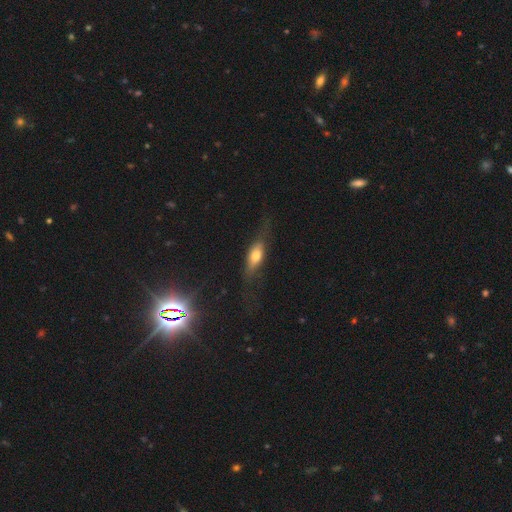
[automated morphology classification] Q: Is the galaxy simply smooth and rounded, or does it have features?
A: smooth — 59%.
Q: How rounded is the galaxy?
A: in between — 58%.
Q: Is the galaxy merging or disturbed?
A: none — 61%.